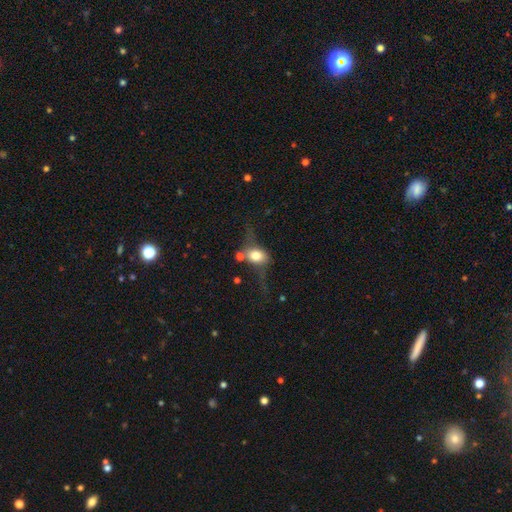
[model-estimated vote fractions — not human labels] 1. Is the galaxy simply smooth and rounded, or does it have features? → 57% smooth, 34% featured or disk, 9% star or artifact.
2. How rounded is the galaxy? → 54% in between, 42% round, 5% cigar-shaped.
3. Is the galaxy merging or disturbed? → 40% none, 26% major disturbance, 22% minor disturbance, 12% merger.